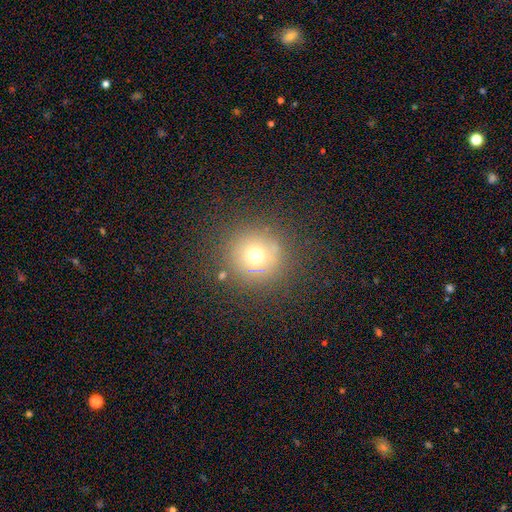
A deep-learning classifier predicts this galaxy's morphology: type=smooth (65%); roundness=round (94%); merging=none (82%).